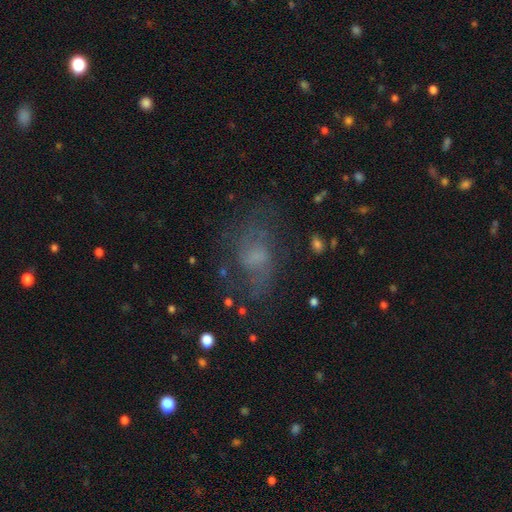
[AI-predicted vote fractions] Overall: featured or disk (54%; smooth 31%). Edge-on disk: no (96%). Bar: no (52%; weak 40%). Spiral arms: yes (72%). Bulge size: none (33%; moderate 28%). Merging: none (59%; minor disturbance 20%).